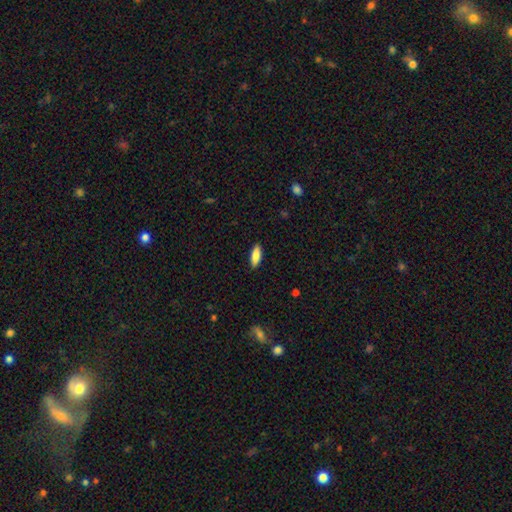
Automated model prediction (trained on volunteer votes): Smooth or featured? smooth (84%)
How rounded? in between (66%)
Merging? none (89%)